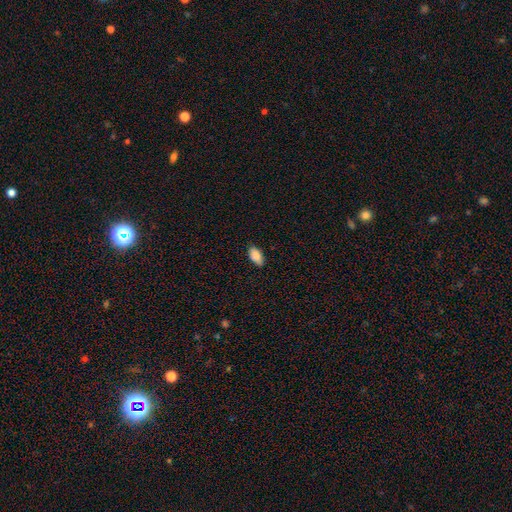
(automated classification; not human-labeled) Smooth or featured? smooth (89%)
How rounded? in between (93%)
Merging? none (83%)